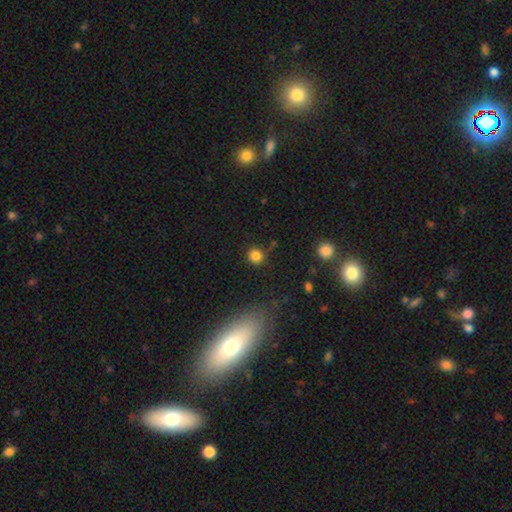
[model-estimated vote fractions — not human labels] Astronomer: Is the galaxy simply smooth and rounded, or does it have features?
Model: smooth — 83%.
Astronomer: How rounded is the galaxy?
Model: round — 89%.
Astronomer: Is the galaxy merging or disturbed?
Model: none — 82%.